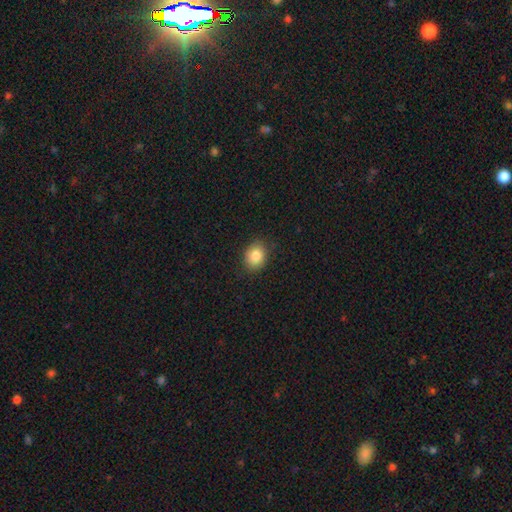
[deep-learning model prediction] A smooth galaxy with no disk features (85%) that is round (53%).

Vote fractions:
- Smooth or featured? smooth: 85% / star or artifact: 9% / featured or disk: 6%
- How rounded? round: 53% / in between: 46% / cigar-shaped: 1%
- Merging? none: 85% / minor disturbance: 11% / major disturbance: 3% / merger: 1%